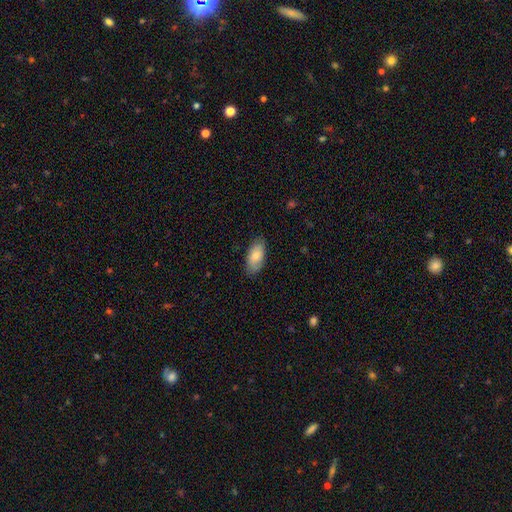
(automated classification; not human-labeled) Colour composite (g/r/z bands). It shows a smooth galaxy with no disk features (82%) that is in between round and cigar-shaped (92%). Merging: none (82%).